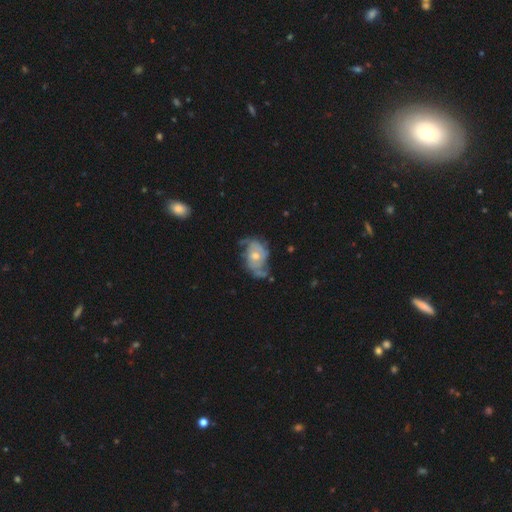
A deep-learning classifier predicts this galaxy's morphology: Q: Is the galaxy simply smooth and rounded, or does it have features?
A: featured or disk — 77%.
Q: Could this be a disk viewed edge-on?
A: no — 97%.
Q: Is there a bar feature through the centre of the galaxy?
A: no — 74%.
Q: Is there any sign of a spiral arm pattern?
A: yes — 85%.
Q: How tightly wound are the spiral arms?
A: medium — 39%.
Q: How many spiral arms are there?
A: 2 — 69%.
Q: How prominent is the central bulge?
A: moderate — 58%.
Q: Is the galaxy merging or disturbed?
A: none — 49%.